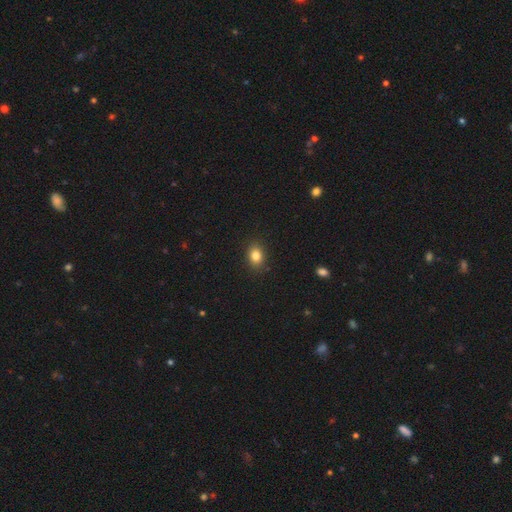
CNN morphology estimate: Overall: smooth (83%). How rounded: in between (61%; round 38%). Merging: none (88%).